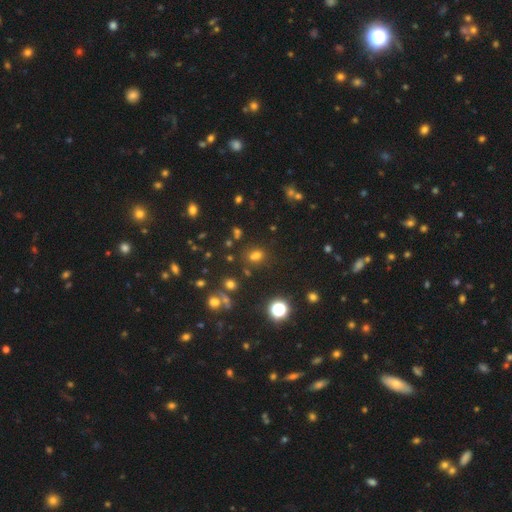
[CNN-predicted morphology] Overall: smooth (64%; star or artifact 29%). How rounded: in between (51%; round 48%). Merging: none (74%).